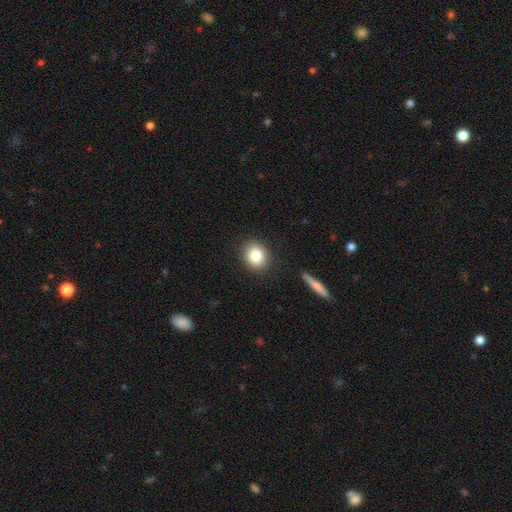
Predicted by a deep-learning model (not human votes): smooth 81%, star or artifact 10%, featured or disk 9%. Down the decision tree: how rounded — round (71%); merging — none (89%).